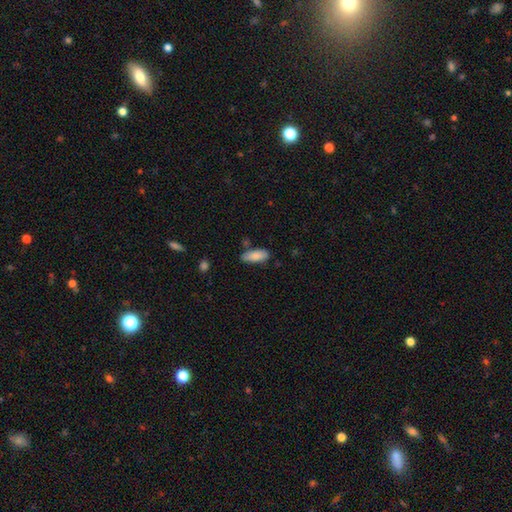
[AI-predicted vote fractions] smooth-or-featured: smooth: 85% | featured or disk: 9% | star or artifact: 6%
  how-rounded: in between: 77% | cigar-shaped: 21% | round: 2%
  merging: none: 76% | minor disturbance: 16% | merger: 5% | major disturbance: 3%